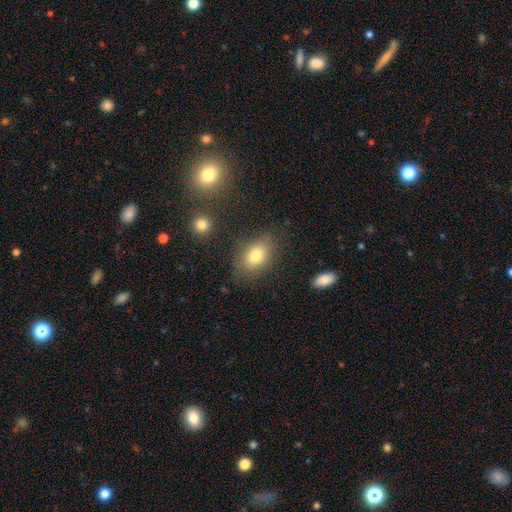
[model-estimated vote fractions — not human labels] smooth-or-featured: smooth: 78% | featured or disk: 12% | star or artifact: 10%
  how-rounded: in between: 79% | round: 19% | cigar-shaped: 2%
  merging: none: 78% | minor disturbance: 14% | major disturbance: 5% | merger: 3%